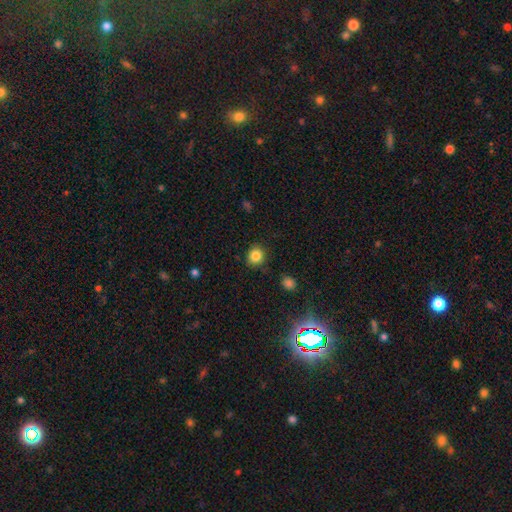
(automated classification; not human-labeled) Overall: smooth (84%). How rounded: round (82%). Merging: none (86%).